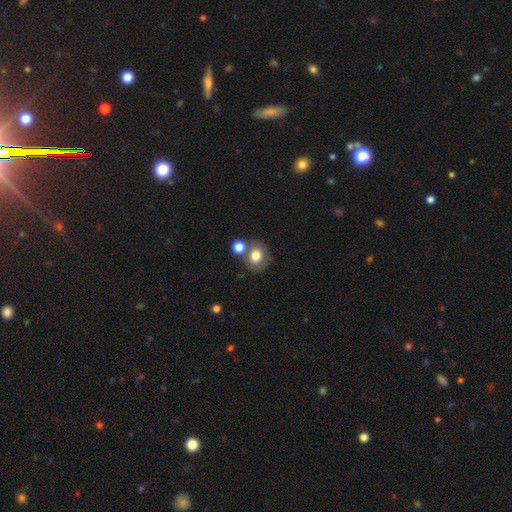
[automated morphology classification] Smooth or featured? Predicted: smooth (p=0.78). How rounded? Predicted: round (p=0.69). Merging? Predicted: none (p=0.59).